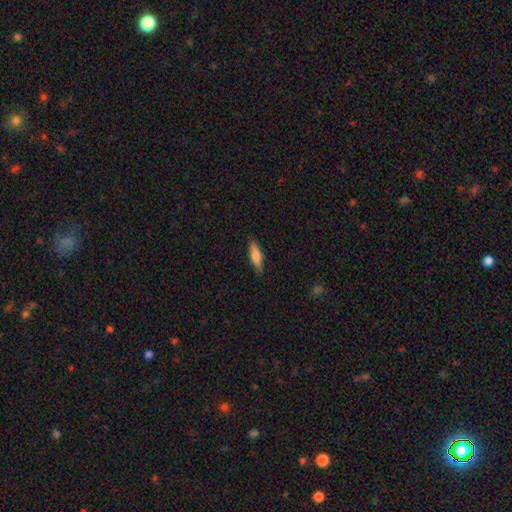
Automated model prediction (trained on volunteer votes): smooth_or_featured: smooth (p=0.70) [alt: featured or disk p=0.24]
how_rounded: cigar-shaped (p=0.59) [alt: in between p=0.39]
merging: none (p=0.86) [alt: minor disturbance p=0.11]